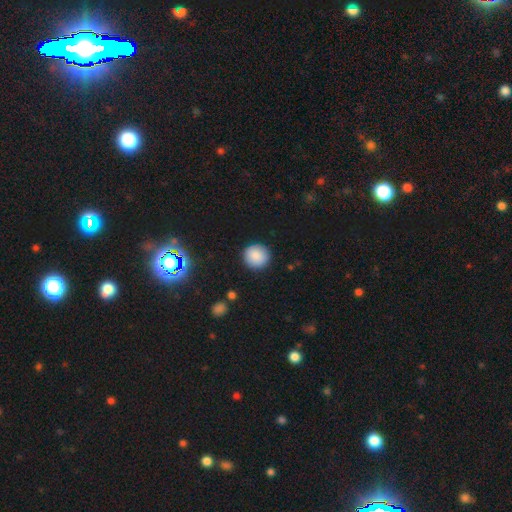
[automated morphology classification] The model was most divided on "smooth or featured": smooth: 86%, star or artifact: 9%, featured or disk: 5%. More confident: how rounded — round (92%); merging — none (90%).